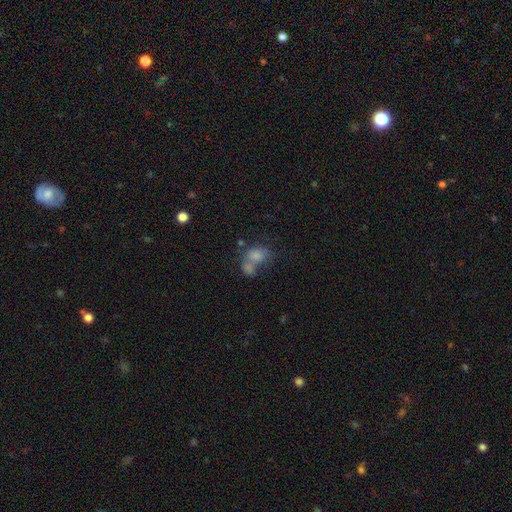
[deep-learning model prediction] smooth-or-featured: smooth: 65% | star or artifact: 18% | featured or disk: 17%
  how-rounded: in between: 53% | round: 46% | cigar-shaped: 2%
  merging: merger: 47% | none: 33% | minor disturbance: 11% | major disturbance: 9%